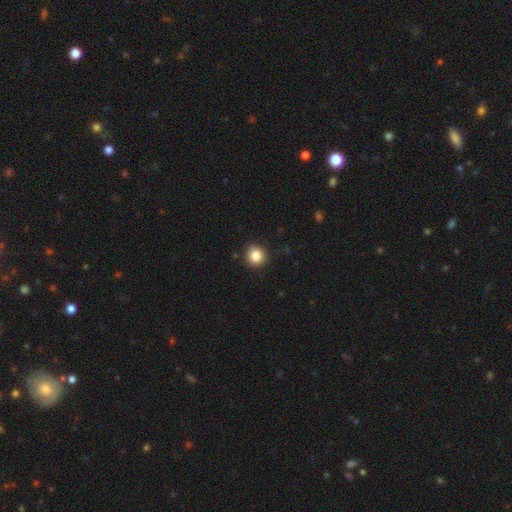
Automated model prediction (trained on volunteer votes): Smooth or featured: smooth — 85% (star or artifact — 10%)
How rounded: round — 90% (in between — 10%)
Merging: none — 88% (minor disturbance — 9%)